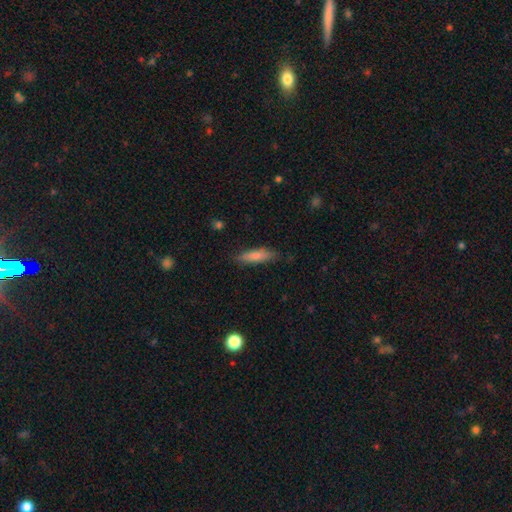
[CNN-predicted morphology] This appears to be a smooth galaxy with no disk features (82%) that is cigar-shaped (63%). Merging: none (79%).